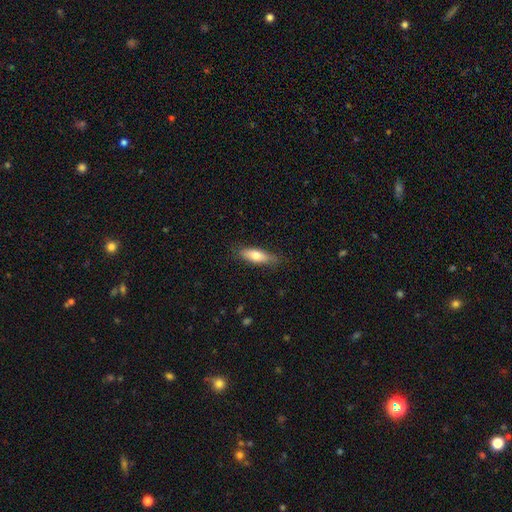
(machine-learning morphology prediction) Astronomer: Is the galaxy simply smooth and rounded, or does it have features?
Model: smooth — 69%.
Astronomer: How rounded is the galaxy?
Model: in between — 55% (runner-up: cigar-shaped, 43%).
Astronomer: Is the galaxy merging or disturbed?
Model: none — 82%.